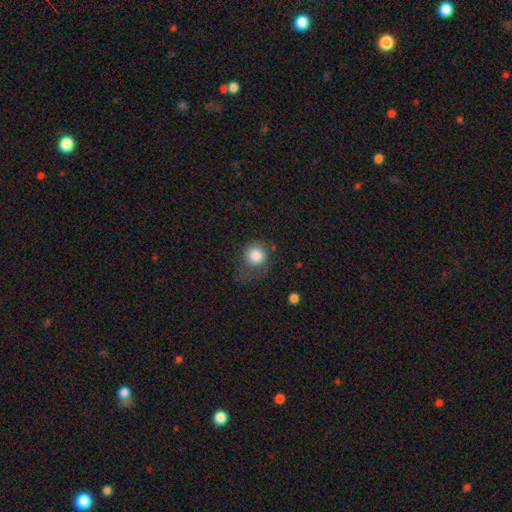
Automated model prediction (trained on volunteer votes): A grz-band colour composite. It shows a smooth galaxy with no disk features (84%) that is round (87%). Merging: none (57%).